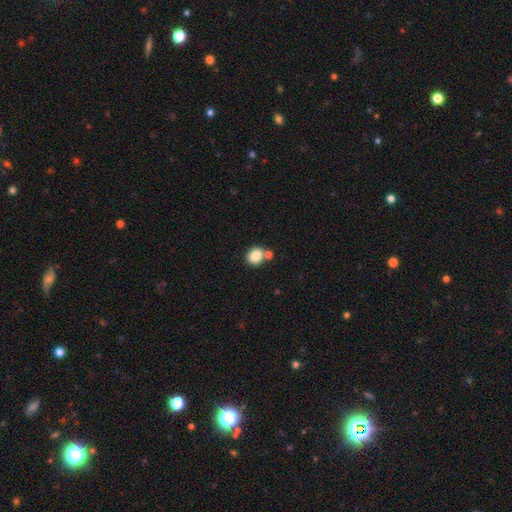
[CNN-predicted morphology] Overall: smooth (84%). How rounded: round (75%). Merging: none (67%).